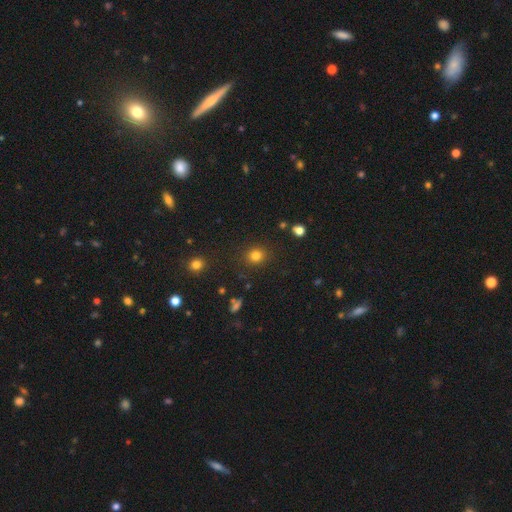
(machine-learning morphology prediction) A smooth galaxy with no disk features (80%) that is round (84%).

Vote fractions:
- Smooth or featured? smooth: 80% / star or artifact: 14% / featured or disk: 6%
- How rounded? round: 84% / in between: 15% / cigar-shaped: 1%
- Merging? none: 87% / minor disturbance: 8% / major disturbance: 3% / merger: 2%